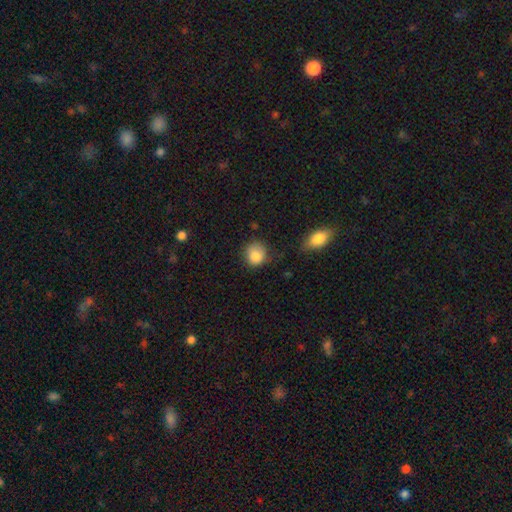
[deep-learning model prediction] A smooth galaxy with no disk features (86%) that is round (73%).

Vote fractions:
- Smooth or featured? smooth: 86% / star or artifact: 9% / featured or disk: 5%
- How rounded? round: 73% / in between: 26% / cigar-shaped: 1%
- Merging? none: 61% / minor disturbance: 28% / major disturbance: 8% / merger: 3%